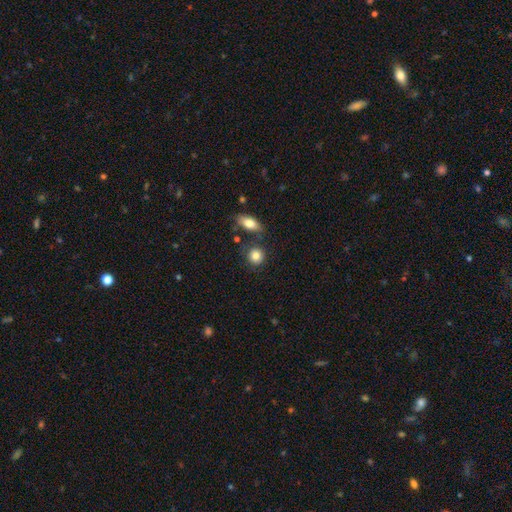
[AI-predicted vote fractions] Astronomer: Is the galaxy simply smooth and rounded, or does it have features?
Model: smooth — 83%.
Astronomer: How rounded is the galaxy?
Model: round — 83%.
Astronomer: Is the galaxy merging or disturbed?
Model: none — 74%.